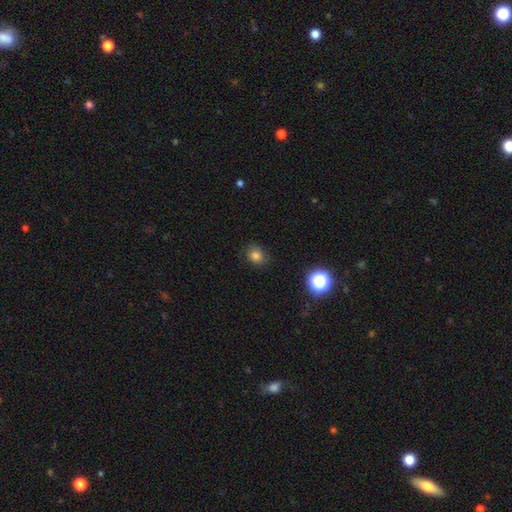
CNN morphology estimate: Smooth or featured?
  - smooth: 79% *
  - star or artifact: 15%
  - featured or disk: 6%
How rounded?
  - round: 60% *
  - in between: 39%
  - cigar-shaped: 1%
Merging?
  - none: 82% *
  - minor disturbance: 13%
  - major disturbance: 3%
  - merger: 1%